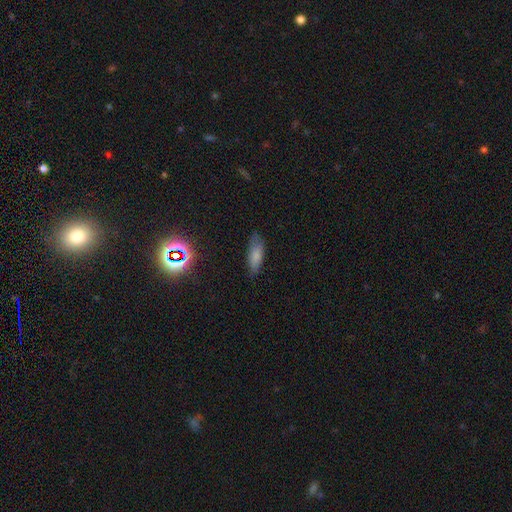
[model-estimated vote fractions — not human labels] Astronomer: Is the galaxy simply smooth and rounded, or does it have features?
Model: smooth — 77%.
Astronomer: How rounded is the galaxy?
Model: in between — 65%.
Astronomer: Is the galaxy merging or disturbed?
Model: none — 74%.